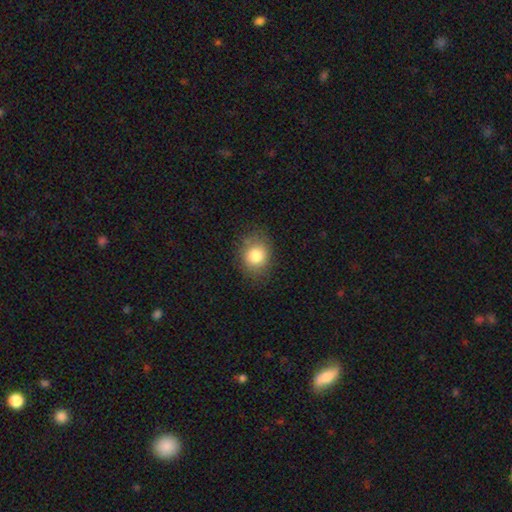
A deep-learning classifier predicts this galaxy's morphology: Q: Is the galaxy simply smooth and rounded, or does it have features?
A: smooth — 82%.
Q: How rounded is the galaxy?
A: round — 61%.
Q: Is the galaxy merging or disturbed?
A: none — 79%.